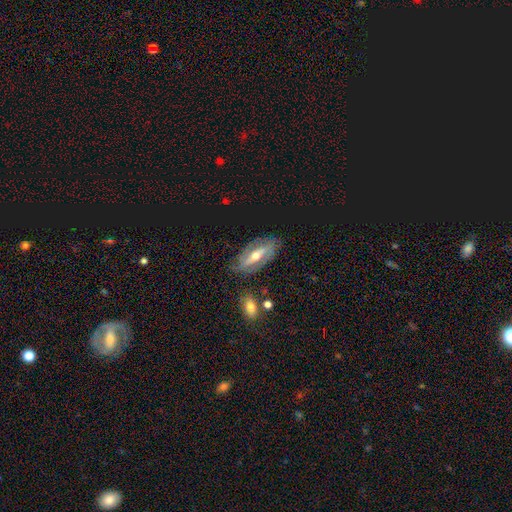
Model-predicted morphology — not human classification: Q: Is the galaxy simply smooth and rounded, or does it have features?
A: featured or disk — 76%.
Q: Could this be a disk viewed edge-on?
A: no — 79%.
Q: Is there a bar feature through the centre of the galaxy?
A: strong — 53%.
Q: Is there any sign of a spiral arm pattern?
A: yes — 76%.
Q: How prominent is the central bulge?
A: moderate — 63%.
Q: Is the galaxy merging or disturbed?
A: none — 77%.